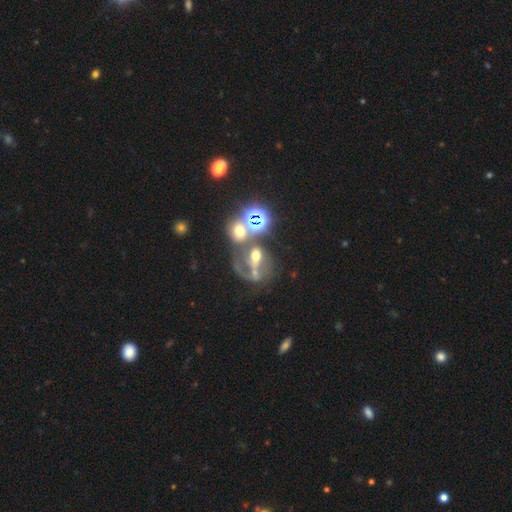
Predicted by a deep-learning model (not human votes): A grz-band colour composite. It shows a featured or disk galaxy (40%). Merging: merger (45%).